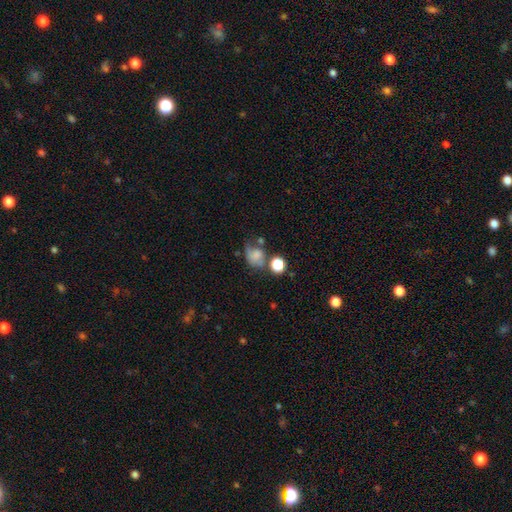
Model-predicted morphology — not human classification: Smooth or featured?
  - smooth: 68% *
  - featured or disk: 18%
  - star or artifact: 14%
How rounded?
  - round: 51% *
  - in between: 48%
  - cigar-shaped: 1%
Merging?
  - none: 34% *
  - minor disturbance: 25%
  - major disturbance: 23%
  - merger: 19%